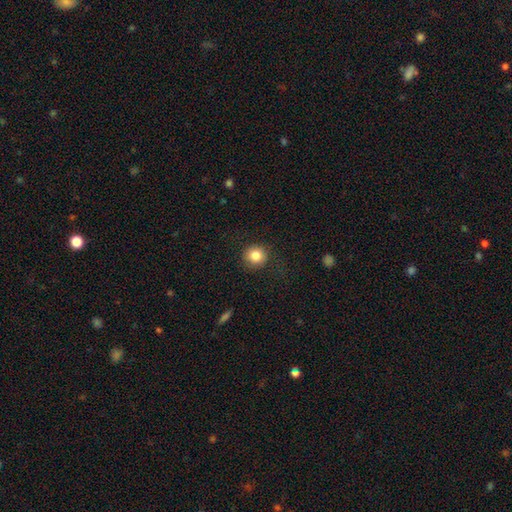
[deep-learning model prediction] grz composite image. It shows a smooth galaxy with no disk features (84%) that is round (92%). Merging: none (87%).